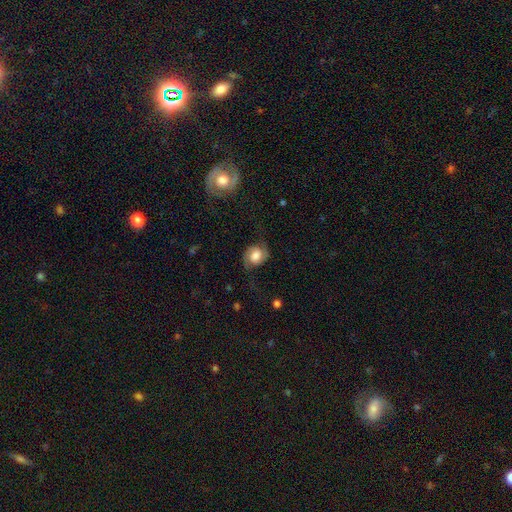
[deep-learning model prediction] Smooth or featured: featured or disk — 59% (smooth — 33%)
Edge-on disk: no — 97% (yes — 3%)
Bar: no — 61% (weak — 32%)
Spiral arms: yes — 92% (no — 8%)
Spiral winding: loose — 47% (medium — 39%)
Spiral arm count: 2 — 91% (can't tell — 3%)
Bulge size: large — 43% (moderate — 33%)
Merging: none — 66% (minor disturbance — 19%)